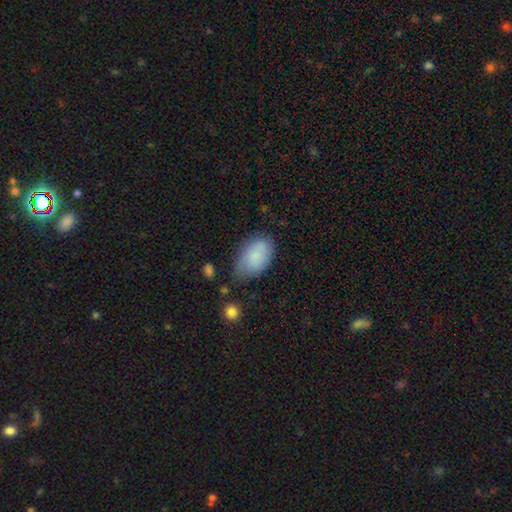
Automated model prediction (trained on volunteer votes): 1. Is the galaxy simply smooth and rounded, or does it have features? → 83% smooth, 10% featured or disk, 7% star or artifact.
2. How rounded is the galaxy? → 93% in between, 6% round, 1% cigar-shaped.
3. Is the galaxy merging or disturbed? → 61% none, 28% minor disturbance, 7% major disturbance, 3% merger.